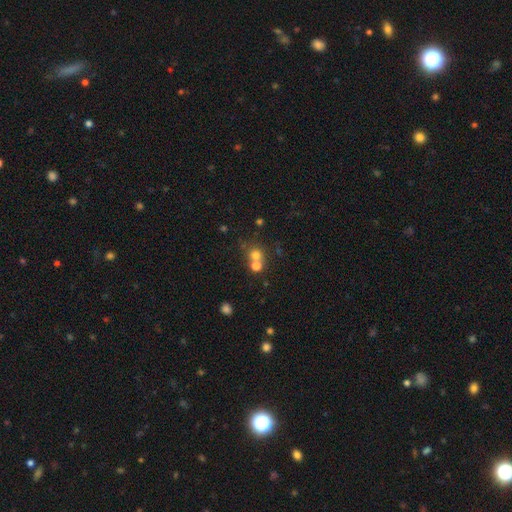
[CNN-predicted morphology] A smooth galaxy with no disk features (71%) that is round (85%).

Vote fractions:
- Smooth or featured? smooth: 71% / star or artifact: 16% / featured or disk: 13%
- How rounded? round: 85% / in between: 14% / cigar-shaped: 1%
- Merging? merger: 48% / none: 43% / minor disturbance: 6% / major disturbance: 3%